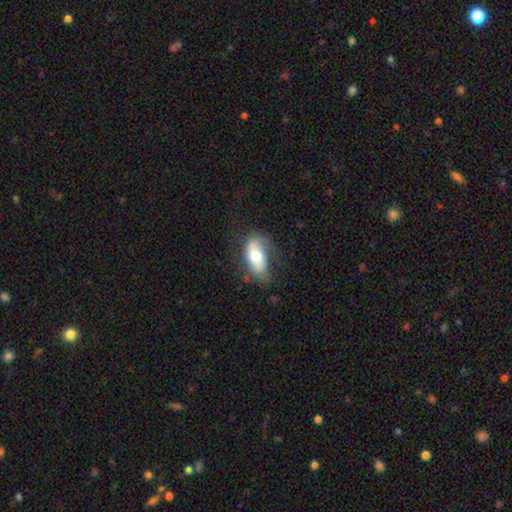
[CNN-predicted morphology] smooth_or_featured: smooth (p=0.49) [alt: featured or disk p=0.44]
merging: none (p=0.59) [alt: minor disturbance p=0.27]